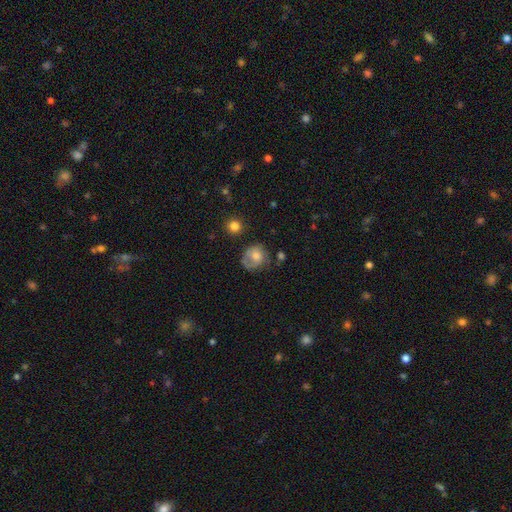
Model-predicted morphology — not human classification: Q: Smooth or featured?
A: smooth (54%); runner-up: featured or disk (38%)
Q: How rounded?
A: round (70%); runner-up: in between (29%)
Q: Merging?
A: none (51%); runner-up: minor disturbance (27%)